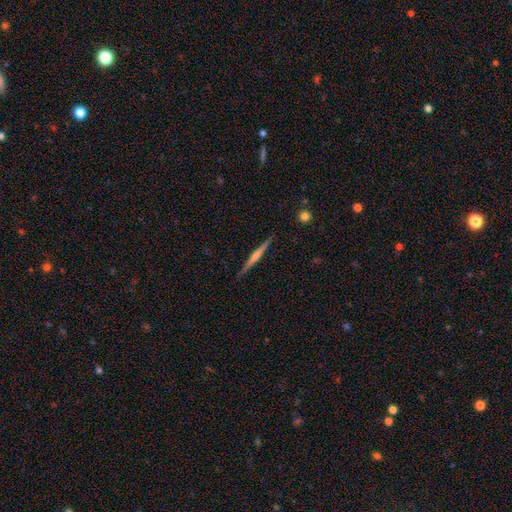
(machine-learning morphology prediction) Smooth or featured? Predicted: featured or disk (p=0.66). Edge-on disk? Predicted: yes (p=0.98). Edge-on bulge? Predicted: rounded (p=0.59). Merging? Predicted: none (p=0.90).